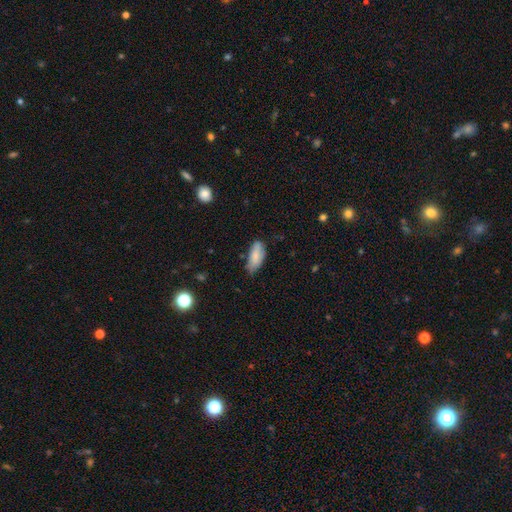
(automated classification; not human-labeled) This appears to be a smooth galaxy with no disk features (82%) that is in between round and cigar-shaped (85%). Merging: none (56%).